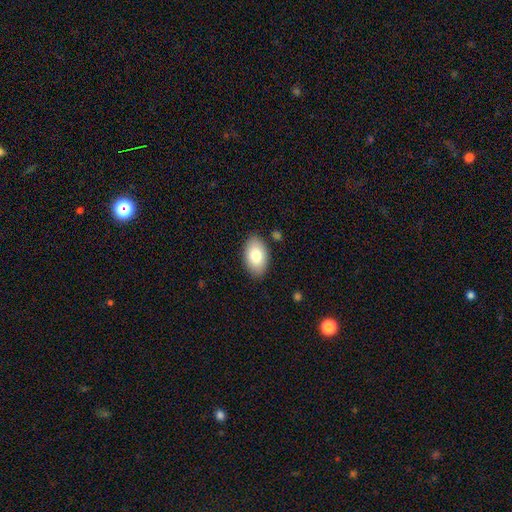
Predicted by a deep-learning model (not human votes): Q: Smooth or featured?
A: smooth (80%); runner-up: featured or disk (13%)
Q: How rounded?
A: in between (93%); runner-up: round (6%)
Q: Merging?
A: none (86%); runner-up: minor disturbance (10%)